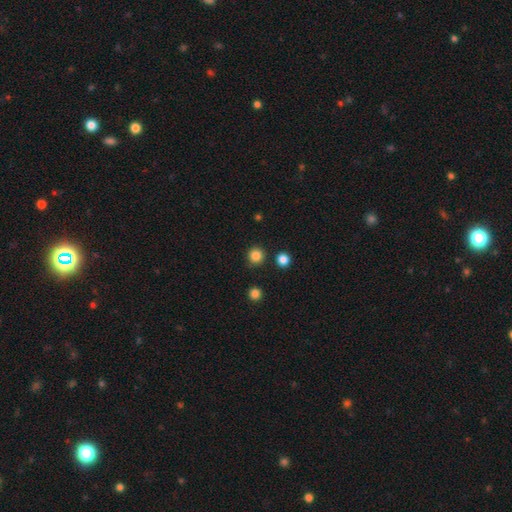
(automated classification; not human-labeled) smooth 84%, star or artifact 13%, featured or disk 3%. Down the decision tree: how rounded — round (95%); merging — none (89%).